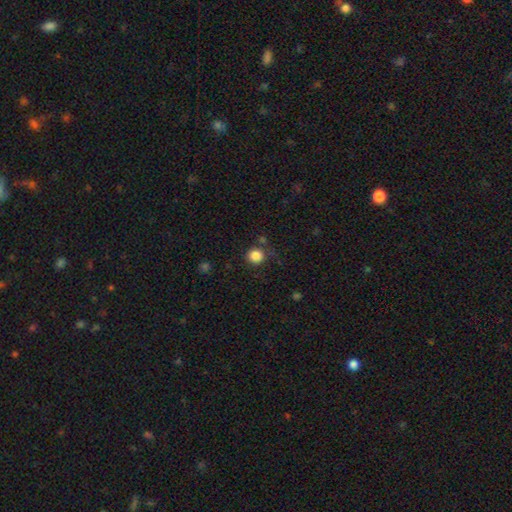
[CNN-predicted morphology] smooth 85%, star or artifact 11%, featured or disk 4%. Down the decision tree: how rounded — round (88%); merging — none (79%).